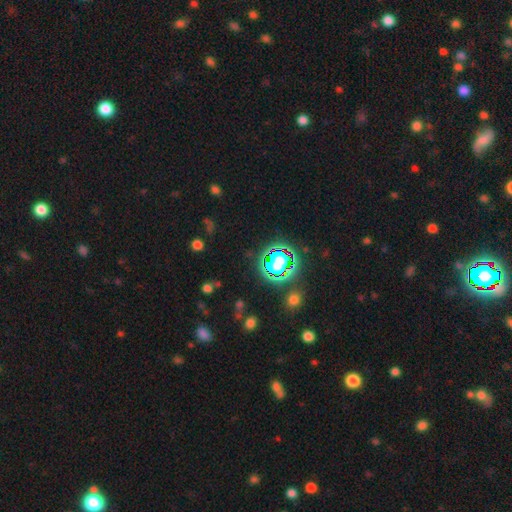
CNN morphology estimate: The model was most divided on "smooth or featured": star or artifact: 79%, smooth: 13%, featured or disk: 8%.